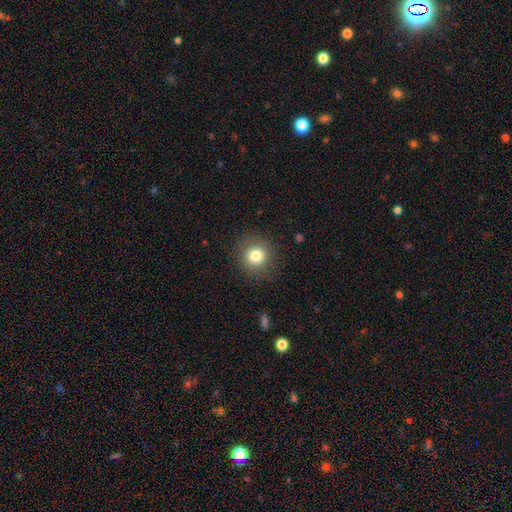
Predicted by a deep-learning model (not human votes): smooth 81%, star or artifact 11%, featured or disk 8%. Down the decision tree: how rounded — round (91%); merging — none (88%).